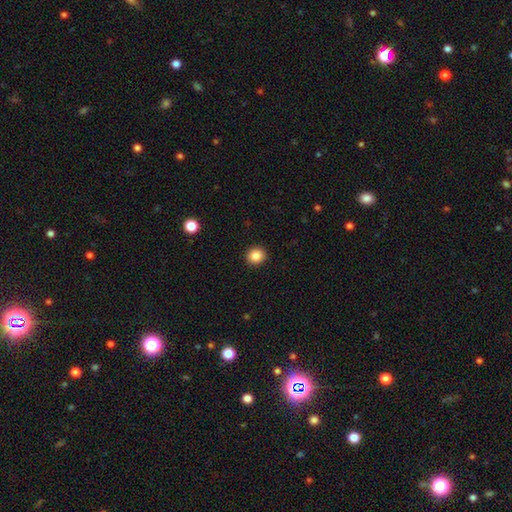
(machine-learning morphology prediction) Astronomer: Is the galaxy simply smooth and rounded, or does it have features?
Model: smooth — 86%.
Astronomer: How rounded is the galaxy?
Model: round — 88%.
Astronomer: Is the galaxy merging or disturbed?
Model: none — 93%.